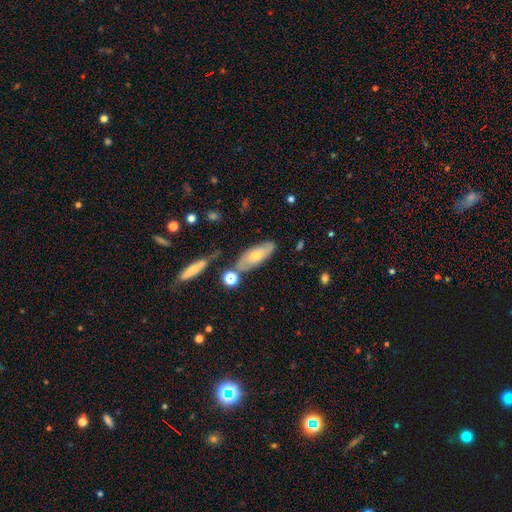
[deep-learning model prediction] smooth_or_featured: smooth (p=0.50) [alt: featured or disk p=0.43]
merging: none (p=0.63) [alt: minor disturbance p=0.20]